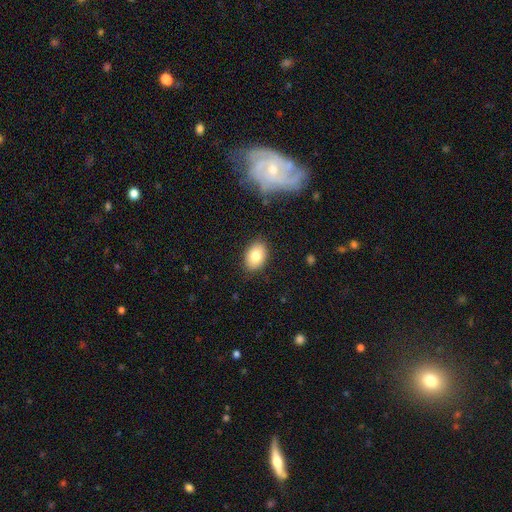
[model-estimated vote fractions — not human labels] Smooth or featured: smooth — 80% (featured or disk — 12%)
How rounded: in between — 79% (round — 20%)
Merging: none — 85% (minor disturbance — 11%)